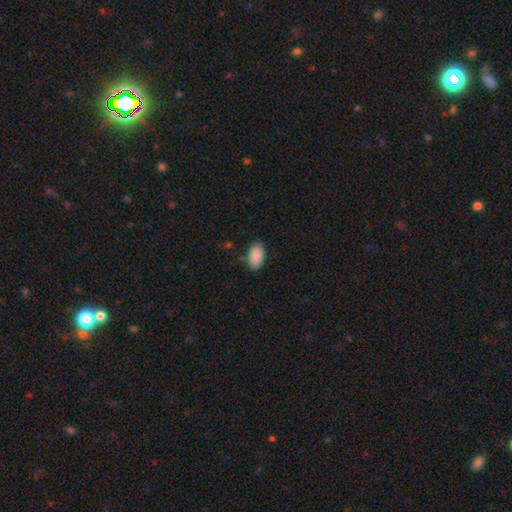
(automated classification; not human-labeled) Smooth or featured? smooth (90%)
How rounded? in between (94%)
Merging? none (84%)